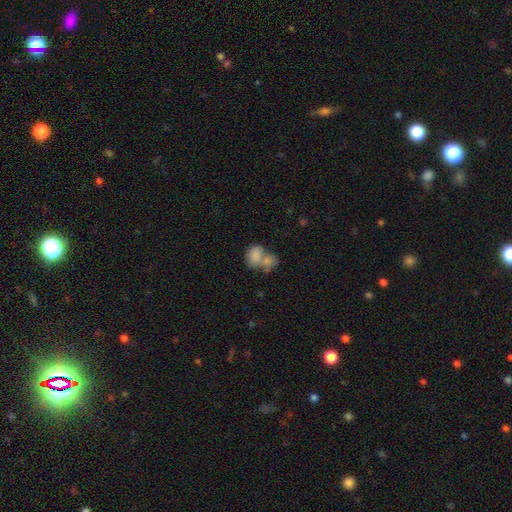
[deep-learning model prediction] This appears to be a smooth galaxy with no disk features (80%) that is in between round and cigar-shaped (63%). Merging: merger (67%).